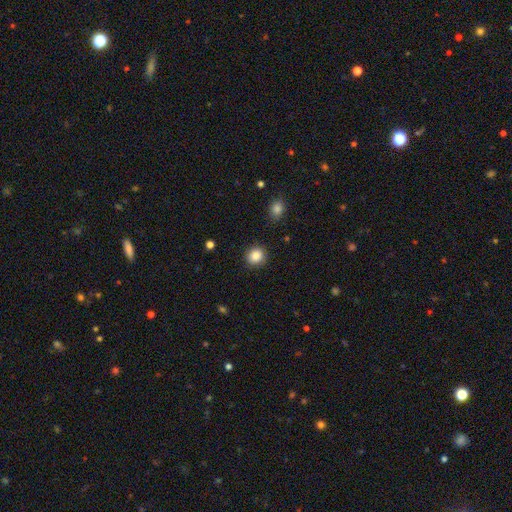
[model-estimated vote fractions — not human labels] smooth 87%, star or artifact 9%, featured or disk 4%. Down the decision tree: how rounded — round (87%); merging — none (89%).